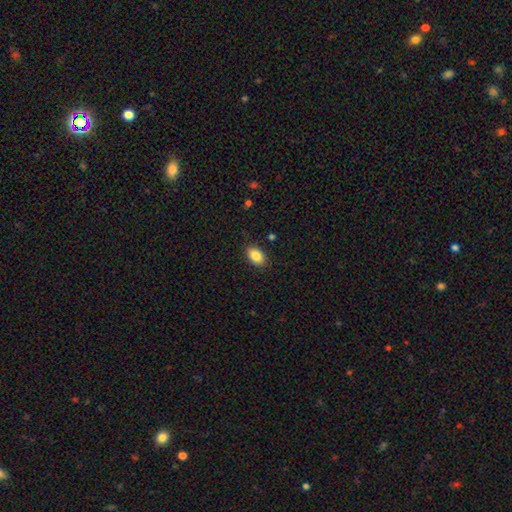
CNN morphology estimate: Q: Smooth or featured?
A: smooth (86%); runner-up: star or artifact (8%)
Q: How rounded?
A: in between (89%); runner-up: round (10%)
Q: Merging?
A: none (87%); runner-up: minor disturbance (10%)